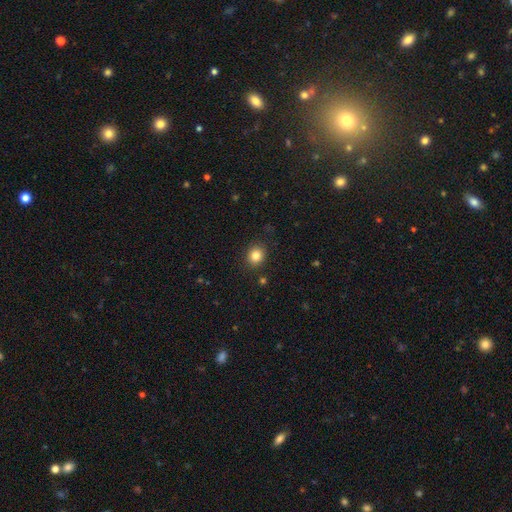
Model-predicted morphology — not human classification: Overall: smooth (83%). How rounded: round (72%). Merging: none (88%).